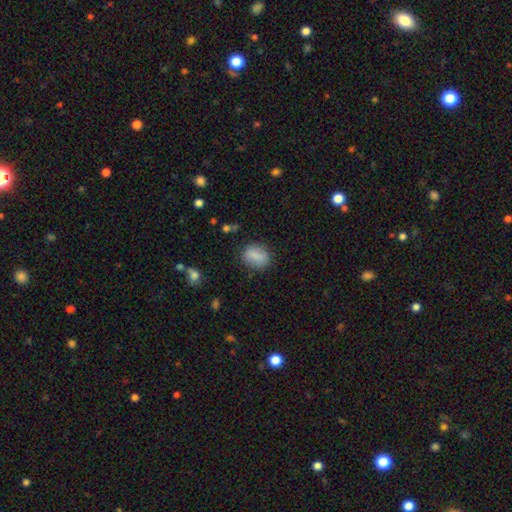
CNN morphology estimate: A smooth galaxy with no disk features (83%) that is in between round and cigar-shaped (63%).

Vote fractions:
- Smooth or featured? smooth: 83% / featured or disk: 9% / star or artifact: 8%
- How rounded? in between: 63% / round: 35% / cigar-shaped: 2%
- Merging? none: 79% / minor disturbance: 14% / major disturbance: 4% / merger: 2%